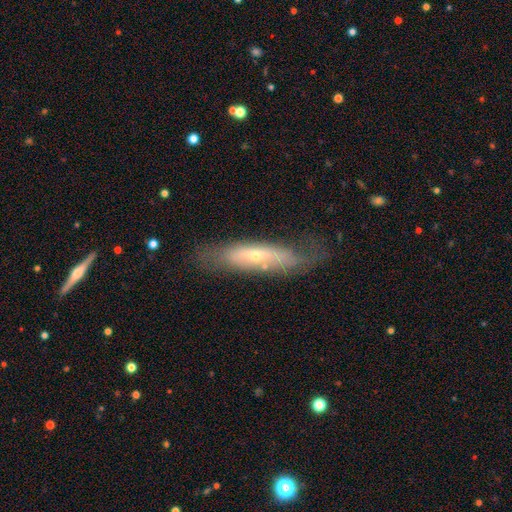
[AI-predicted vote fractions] This appears to be a featured or disk galaxy (57%). Merging: none (61%).